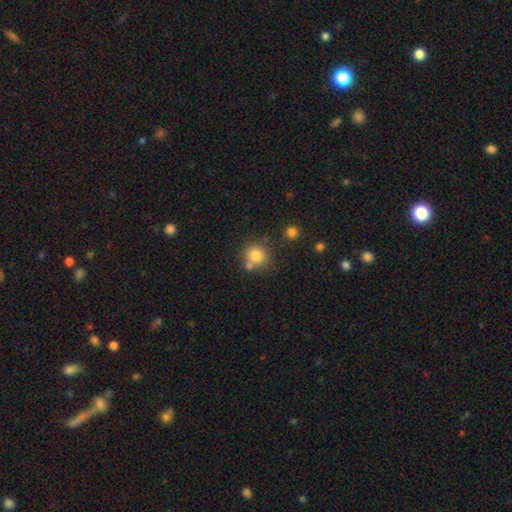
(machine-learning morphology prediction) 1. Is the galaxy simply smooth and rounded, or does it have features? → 80% smooth, 11% star or artifact, 9% featured or disk.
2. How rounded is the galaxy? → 89% round, 10% in between, 1% cigar-shaped.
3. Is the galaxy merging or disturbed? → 67% none, 20% merger, 11% minor disturbance, 3% major disturbance.